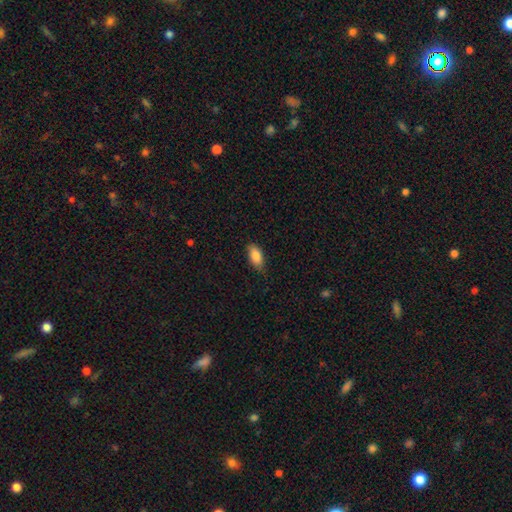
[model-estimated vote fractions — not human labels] A smooth galaxy with no disk features (86%) that is in between round and cigar-shaped (90%). Merging: none (81%).